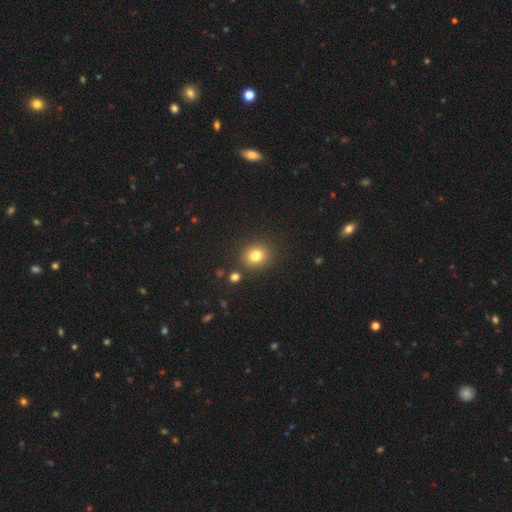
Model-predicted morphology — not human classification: The model was most divided on "how rounded": round: 79%, in between: 20%, cigar-shaped: 1%. More confident: merging — none (85%); smooth or featured — smooth (80%).